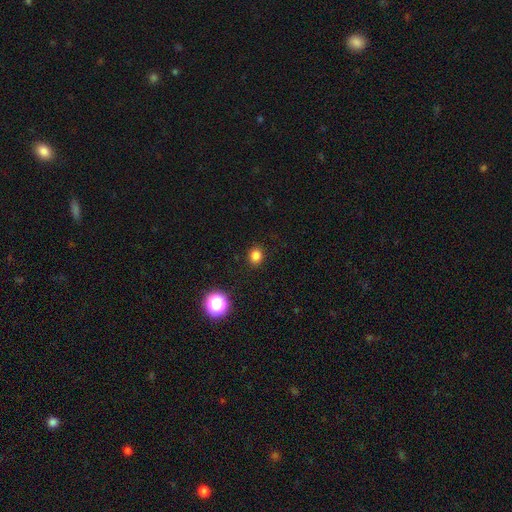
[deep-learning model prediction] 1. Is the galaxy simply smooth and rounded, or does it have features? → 81% smooth, 14% star or artifact, 4% featured or disk.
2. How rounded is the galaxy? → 71% round, 28% in between, 1% cigar-shaped.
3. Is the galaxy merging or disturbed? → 90% none, 7% minor disturbance, 2% major disturbance, 1% merger.